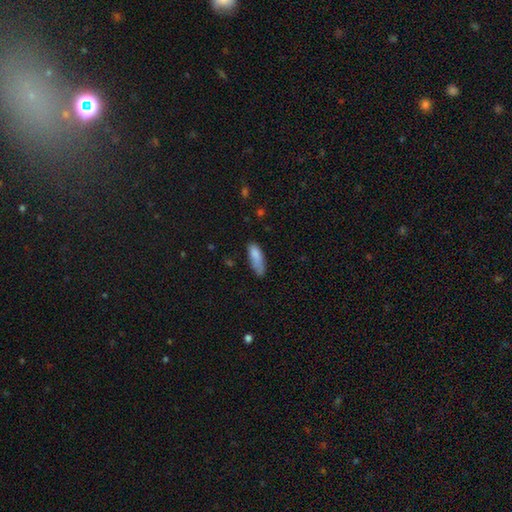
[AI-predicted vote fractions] The model was most divided on "how rounded": in between: 54%, cigar-shaped: 44%, round: 2%. Remaining: smooth or featured — smooth (83%); merging — none (48%).